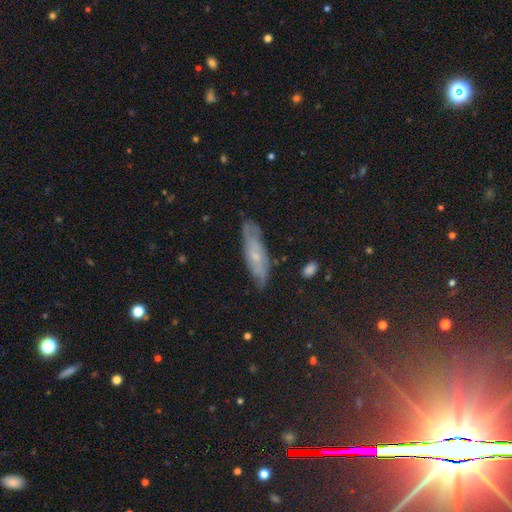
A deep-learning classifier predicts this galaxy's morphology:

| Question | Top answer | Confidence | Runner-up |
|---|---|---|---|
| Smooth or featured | featured or disk | 54% | smooth (33%) |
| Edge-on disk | no | 66% | yes (34%) |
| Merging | none | 77% | minor disturbance (18%) |